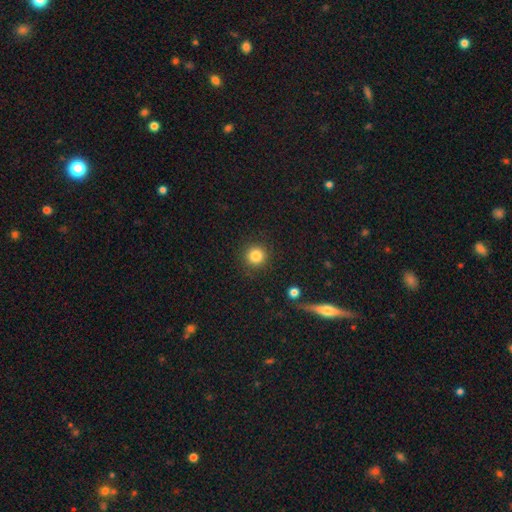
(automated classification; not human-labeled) Overall: smooth (84%). How rounded: round (94%). Merging: none (90%).